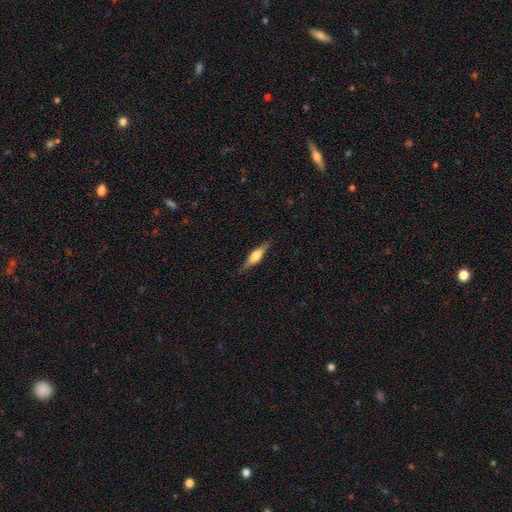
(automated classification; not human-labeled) Morphology: type=featured or disk (61%); edge-on=yes (96%); edge-on bulge=rounded (85%); merging=none (85%).